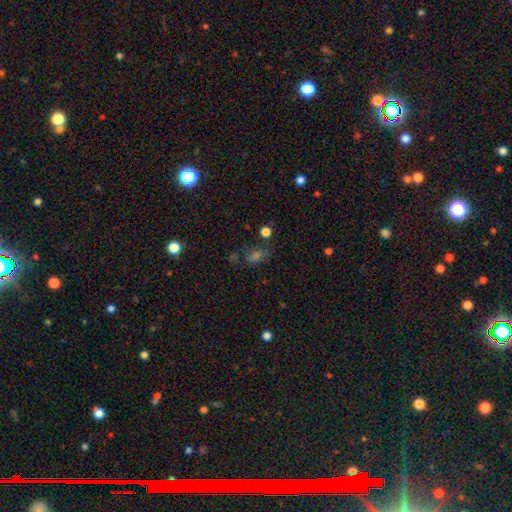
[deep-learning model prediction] Overall: smooth (48%; star or artifact 37%). Merging: none (66%).